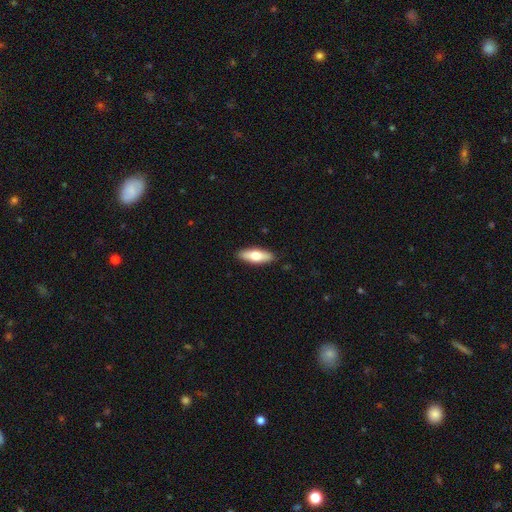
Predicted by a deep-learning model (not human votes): smooth_or_featured: smooth (p=0.64) [alt: featured or disk p=0.31]
how_rounded: in between (p=0.60) [alt: cigar-shaped p=0.38]
merging: none (p=0.89) [alt: minor disturbance p=0.08]